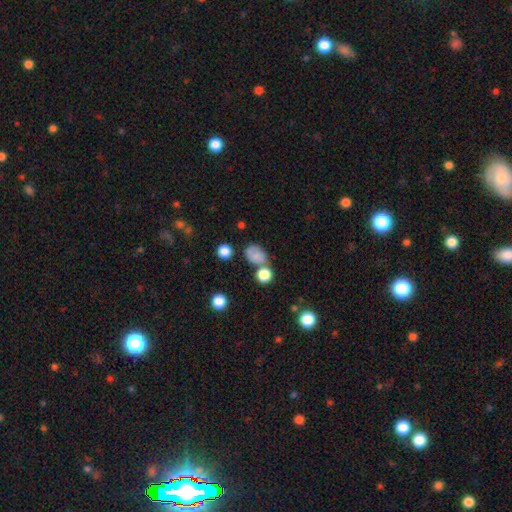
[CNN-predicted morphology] type=smooth (76%); roundness=in between (64%); merging=none (53%).